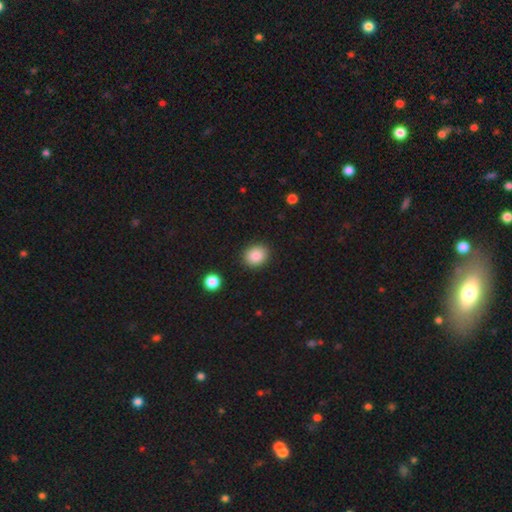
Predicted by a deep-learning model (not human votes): Smooth or featured? Predicted: smooth (p=0.87). How rounded? Predicted: round (p=0.64). Merging? Predicted: none (p=0.89).